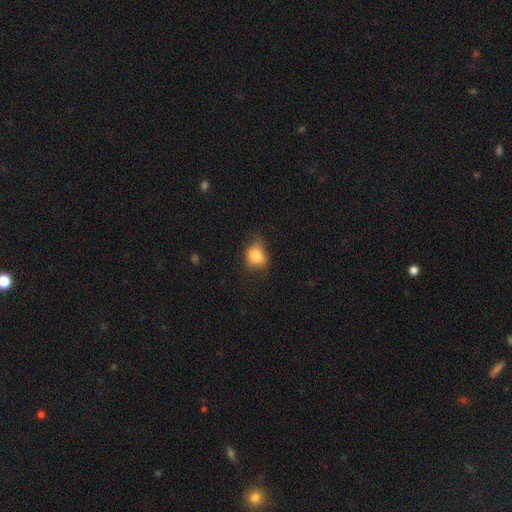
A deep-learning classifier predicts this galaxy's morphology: smooth_or_featured: smooth (p=0.76) [alt: featured or disk p=0.14]
how_rounded: in between (p=0.59) [alt: round p=0.40]
merging: none (p=0.51) [alt: minor disturbance p=0.33]